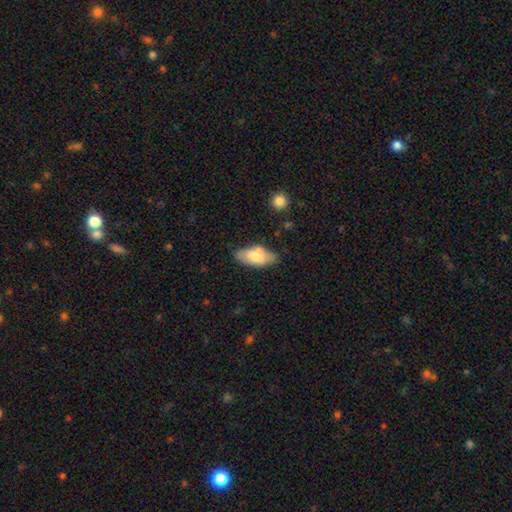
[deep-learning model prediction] Q: Smooth or featured?
A: smooth (74%); runner-up: featured or disk (20%)
Q: How rounded?
A: in between (88%); runner-up: cigar-shaped (9%)
Q: Merging?
A: none (67%); runner-up: minor disturbance (23%)